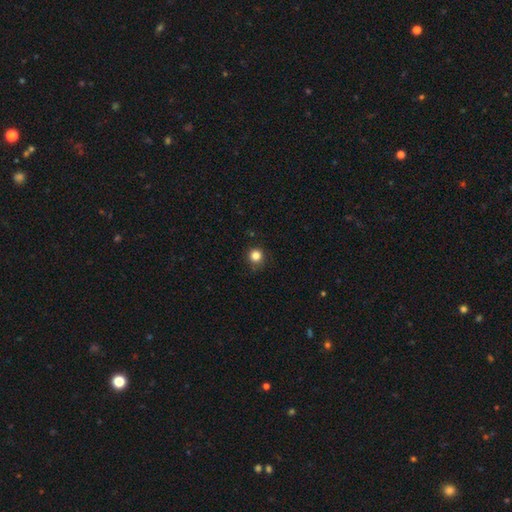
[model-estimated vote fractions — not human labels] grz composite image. It shows a smooth galaxy with no disk features (84%) that is round (94%). Merging: none (86%).